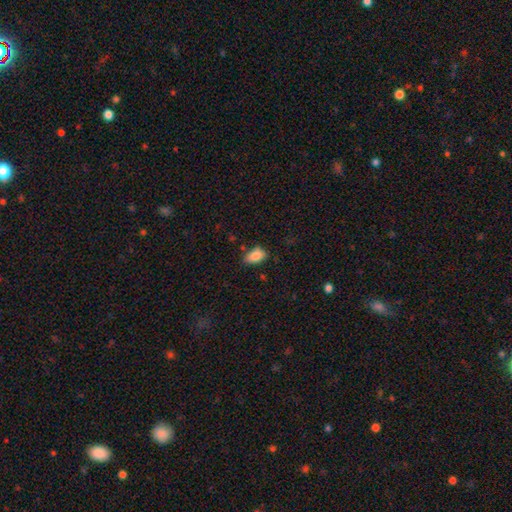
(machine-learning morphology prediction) Smooth or featured?
  - smooth: 86% *
  - star or artifact: 8%
  - featured or disk: 6%
How rounded?
  - in between: 90% *
  - round: 7%
  - cigar-shaped: 3%
Merging?
  - none: 67% *
  - minor disturbance: 25%
  - major disturbance: 5%
  - merger: 3%